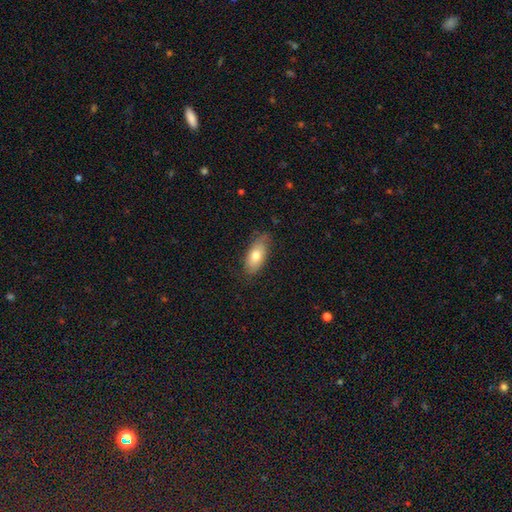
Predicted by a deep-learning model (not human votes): Q: Smooth or featured?
A: smooth (73%); runner-up: featured or disk (20%)
Q: How rounded?
A: in between (89%); runner-up: cigar-shaped (8%)
Q: Merging?
A: none (74%); runner-up: minor disturbance (21%)